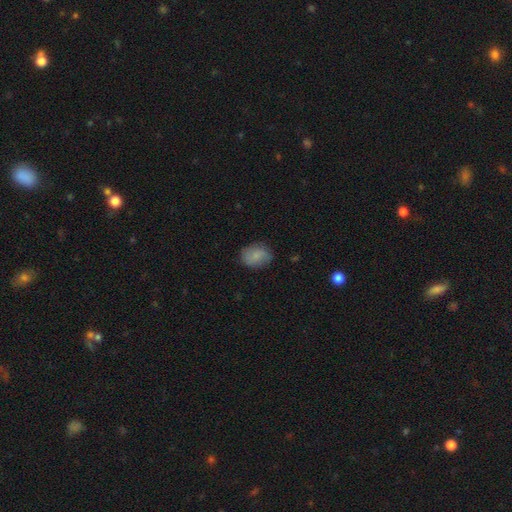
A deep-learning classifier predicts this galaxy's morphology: smooth_or_featured: smooth (p=0.78) [alt: featured or disk p=0.14]
how_rounded: in between (p=0.56) [alt: round p=0.43]
merging: none (p=0.77) [alt: minor disturbance p=0.18]